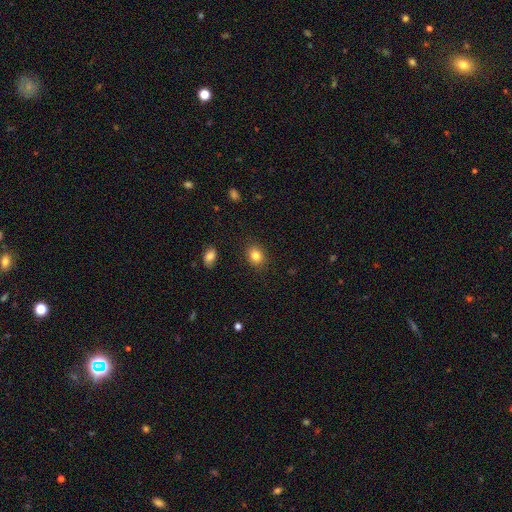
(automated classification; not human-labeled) Smooth or featured?
  - smooth: 82% *
  - star or artifact: 10%
  - featured or disk: 7%
How rounded?
  - round: 51% *
  - in between: 48%
  - cigar-shaped: 1%
Merging?
  - none: 87% *
  - minor disturbance: 9%
  - major disturbance: 2%
  - merger: 1%